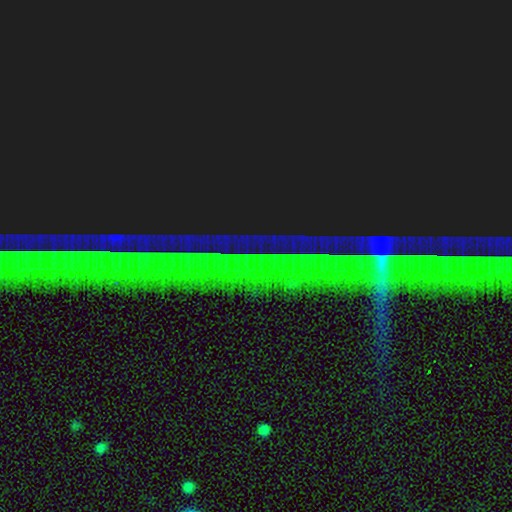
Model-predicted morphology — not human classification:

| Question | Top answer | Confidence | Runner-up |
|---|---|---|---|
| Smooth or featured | star or artifact | 86% | featured or disk (8%) |